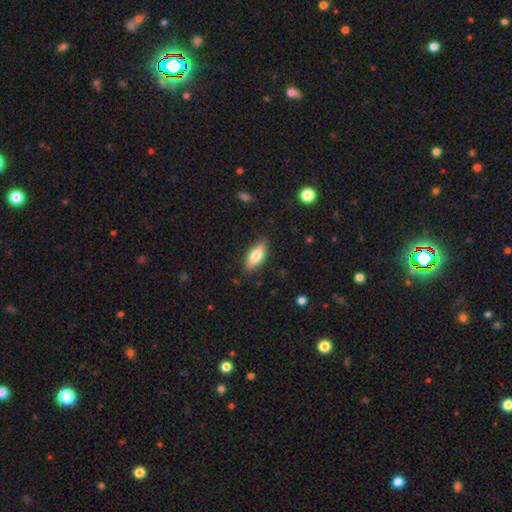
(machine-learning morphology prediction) smooth_or_featured: smooth (p=0.76) [alt: featured or disk p=0.18]
how_rounded: in between (p=0.77) [alt: cigar-shaped p=0.21]
merging: none (p=0.85) [alt: minor disturbance p=0.11]